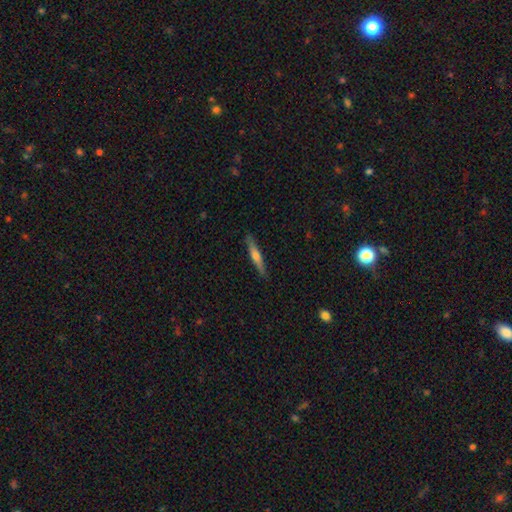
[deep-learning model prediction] This is possibly a featured or disk galaxy (51%). It is clearly viewed edge-on (96%). Merging: clearly none (88%).